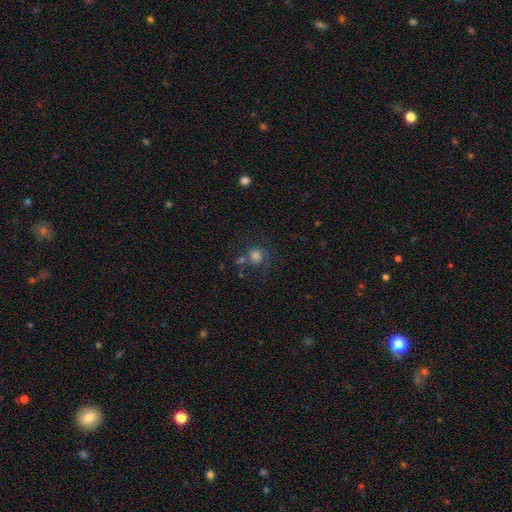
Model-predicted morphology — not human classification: Smooth or featured? smooth (59%)
How rounded? round (84%)
Merging? none (54%)